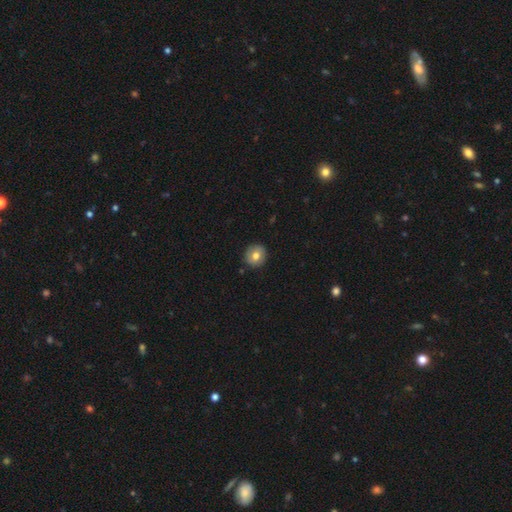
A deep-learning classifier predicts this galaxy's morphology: Overall: smooth (75%). How rounded: round (88%). Merging: none (89%).